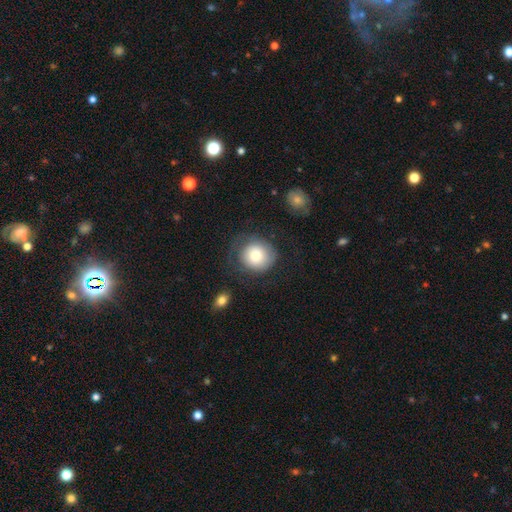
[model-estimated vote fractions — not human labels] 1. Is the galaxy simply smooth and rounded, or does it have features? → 72% smooth, 21% featured or disk, 8% star or artifact.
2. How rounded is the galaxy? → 87% round, 12% in between, 1% cigar-shaped.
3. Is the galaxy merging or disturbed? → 62% none, 21% minor disturbance, 15% major disturbance, 2% merger.